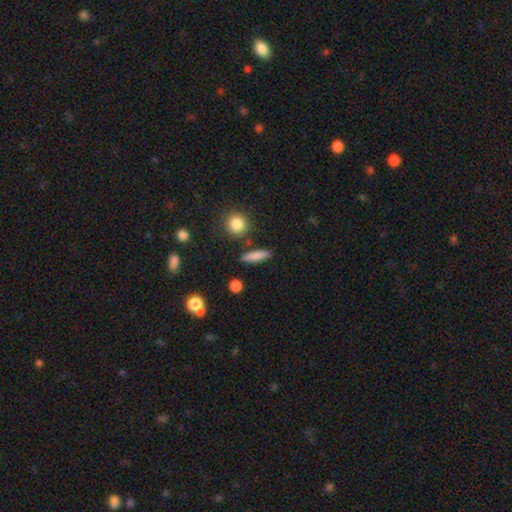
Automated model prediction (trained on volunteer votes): This is clearly a smooth galaxy (81%). How rounded: likely cigar-shaped (68%). Merging: clearly none (86%).